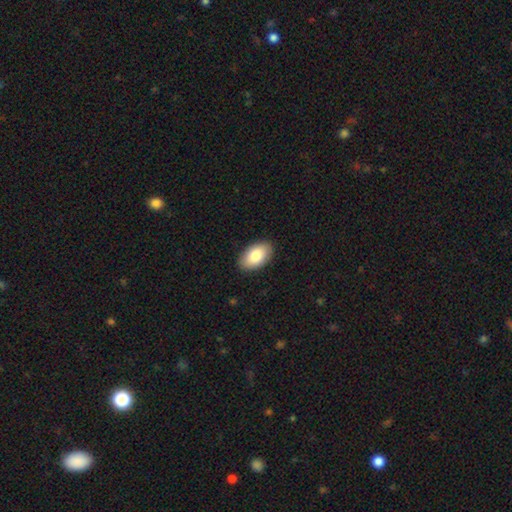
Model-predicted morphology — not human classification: A smooth galaxy with no disk features (86%) that is in between round and cigar-shaped (95%). Merging: none (89%).